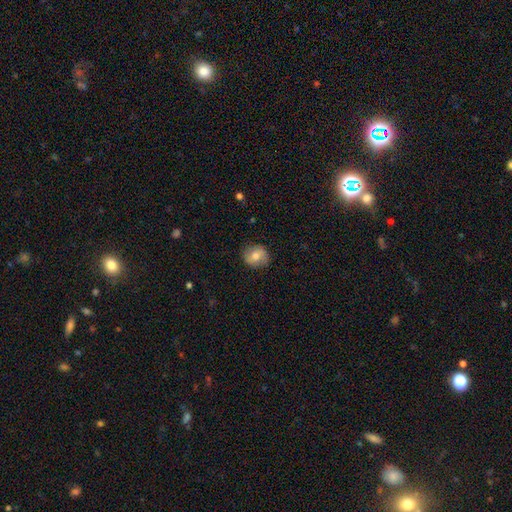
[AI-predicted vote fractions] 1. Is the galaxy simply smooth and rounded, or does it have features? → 65% smooth, 26% featured or disk, 8% star or artifact.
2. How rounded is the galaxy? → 79% round, 20% in between, 1% cigar-shaped.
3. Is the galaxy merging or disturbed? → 83% none, 12% minor disturbance, 3% major disturbance, 1% merger.